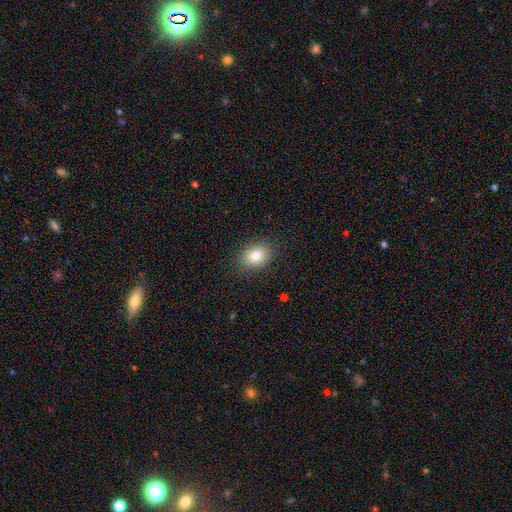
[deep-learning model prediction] Overall: smooth (82%). How rounded: in between (63%; round 36%). Merging: none (86%).